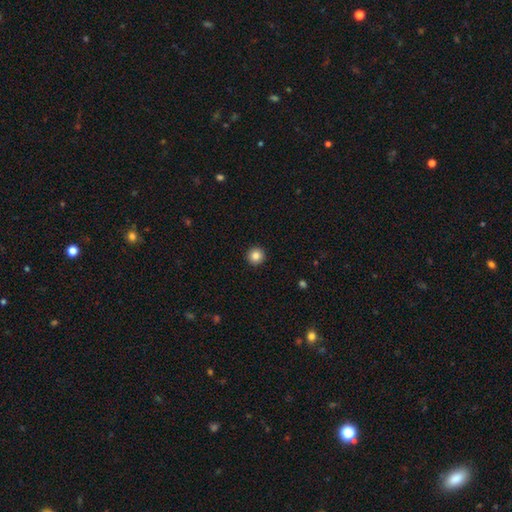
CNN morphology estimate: A smooth galaxy with no disk features (85%) that is round (96%). Merging: none (93%).